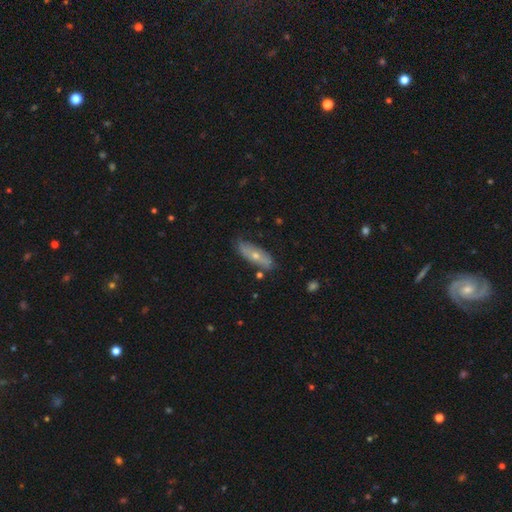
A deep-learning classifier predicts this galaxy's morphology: type=smooth (48%); merging=none (75%).